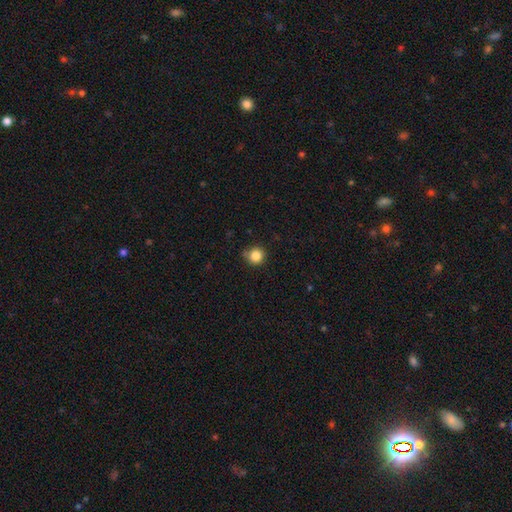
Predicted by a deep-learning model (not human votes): Smooth or featured? smooth (85%)
How rounded? round (93%)
Merging? none (78%)